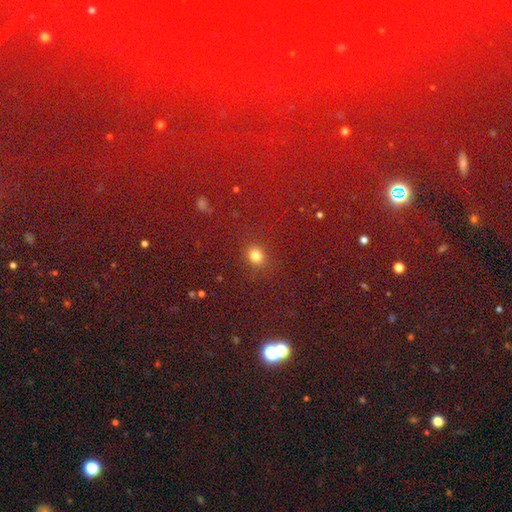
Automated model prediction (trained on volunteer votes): Smooth or featured? Predicted: smooth (p=0.68). How rounded? Predicted: round (p=0.71). Merging? Predicted: none (p=0.80).